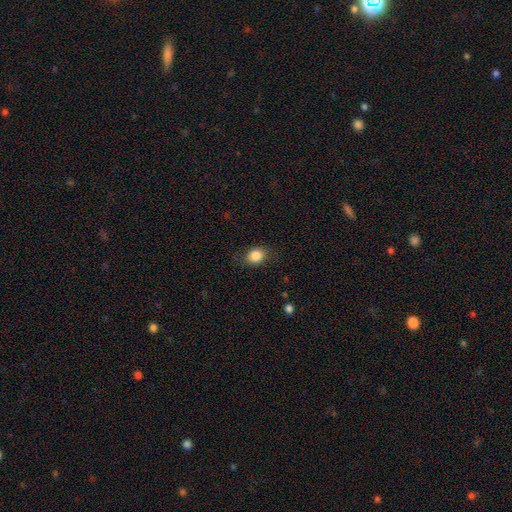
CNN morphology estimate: This appears to be a smooth galaxy with no disk features (85%) that is in between round and cigar-shaped (53%). Merging: none (80%).